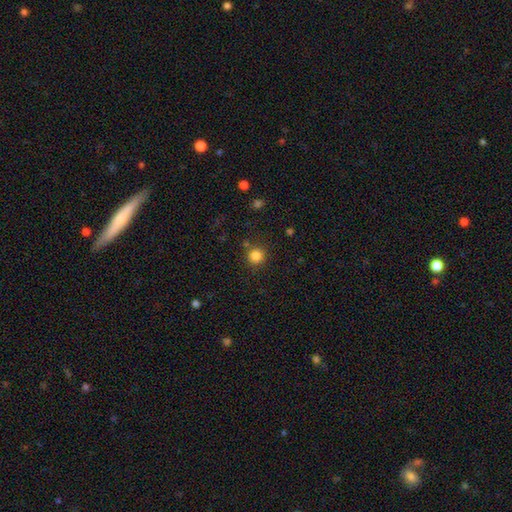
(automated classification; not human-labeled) Smooth or featured: smooth — 84% (star or artifact — 12%)
How rounded: round — 93% (in between — 6%)
Merging: none — 82% (minor disturbance — 8%)